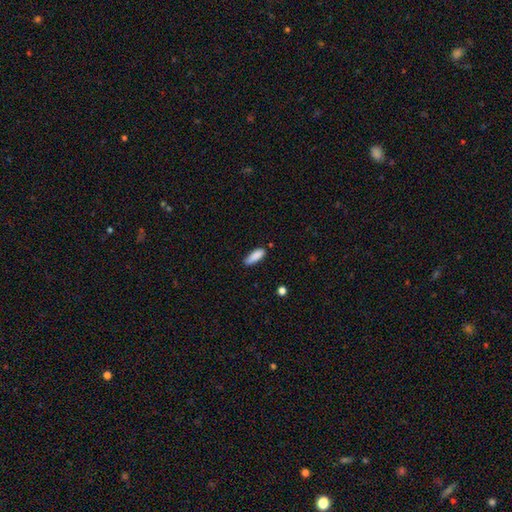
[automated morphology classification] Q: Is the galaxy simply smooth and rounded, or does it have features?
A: smooth — 88%.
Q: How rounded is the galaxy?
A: in between — 59%.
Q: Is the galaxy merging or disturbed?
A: none — 75%.